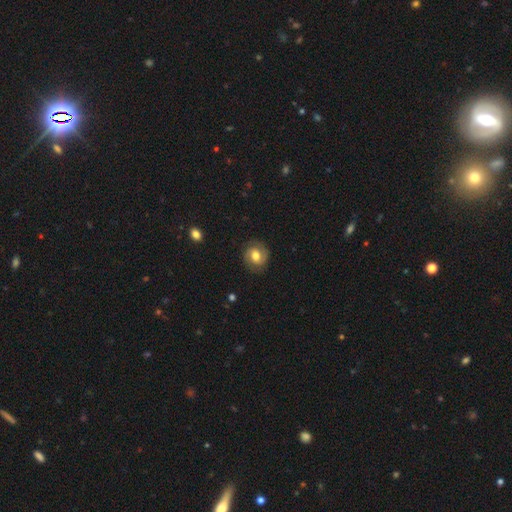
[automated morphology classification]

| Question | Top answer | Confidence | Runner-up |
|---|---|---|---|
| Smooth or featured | featured or disk | 51% | smooth (40%) |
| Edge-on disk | no | 97% | yes (3%) |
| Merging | none | 82% | minor disturbance (12%) |